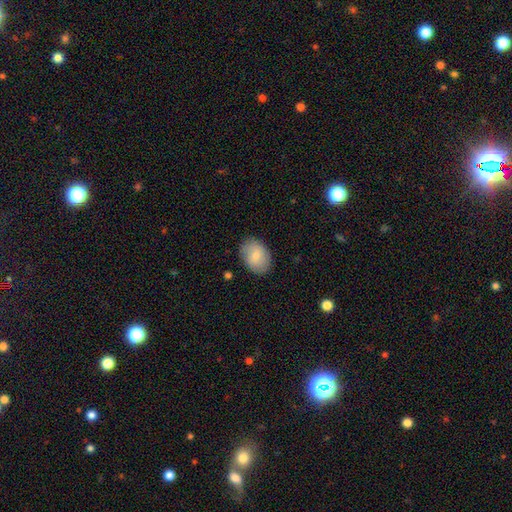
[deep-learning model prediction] Smooth or featured?
  - smooth: 80% *
  - featured or disk: 14%
  - star or artifact: 6%
How rounded?
  - in between: 75% *
  - round: 24%
  - cigar-shaped: 1%
Merging?
  - none: 85% *
  - minor disturbance: 11%
  - major disturbance: 3%
  - merger: 1%